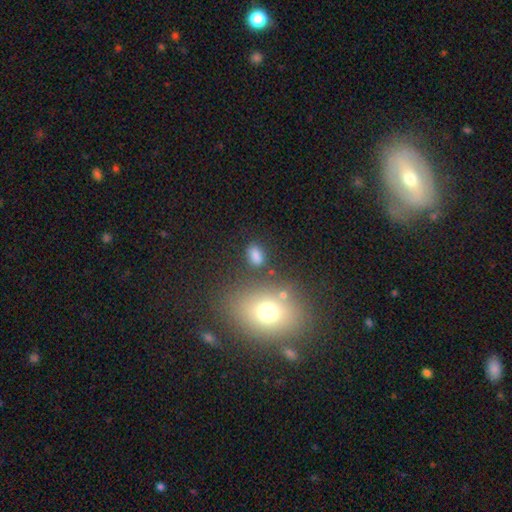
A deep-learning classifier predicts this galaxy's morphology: smooth_or_featured: smooth (p=0.79) [alt: star or artifact p=0.14]
how_rounded: in between (p=0.82) [alt: round p=0.15]
merging: none (p=0.76) [alt: minor disturbance p=0.12]